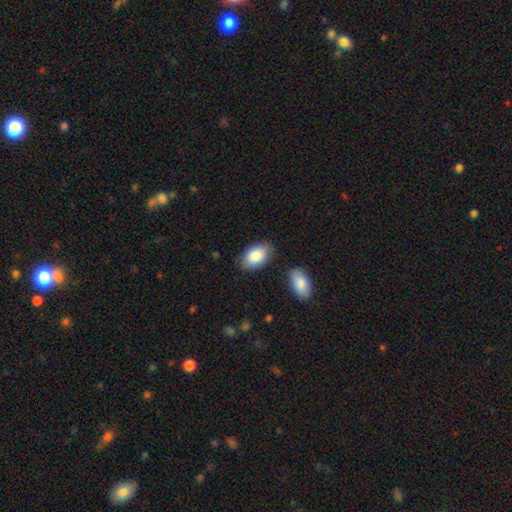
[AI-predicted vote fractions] This appears to be a smooth galaxy with no disk features (87%) that is in between round and cigar-shaped (93%). Merging: none (81%).